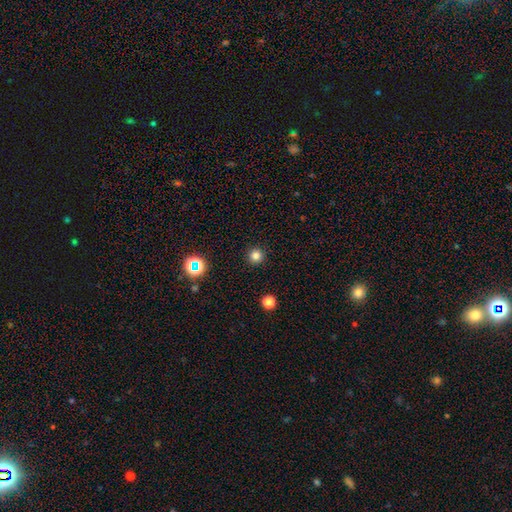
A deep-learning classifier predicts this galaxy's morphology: A smooth galaxy with no disk features (80%) that is round (96%).

Vote fractions:
- Smooth or featured? smooth: 80% / star or artifact: 15% / featured or disk: 4%
- How rounded? round: 96% / in between: 3% / cigar-shaped: 1%
- Merging? none: 93% / minor disturbance: 4% / major disturbance: 2% / merger: 1%